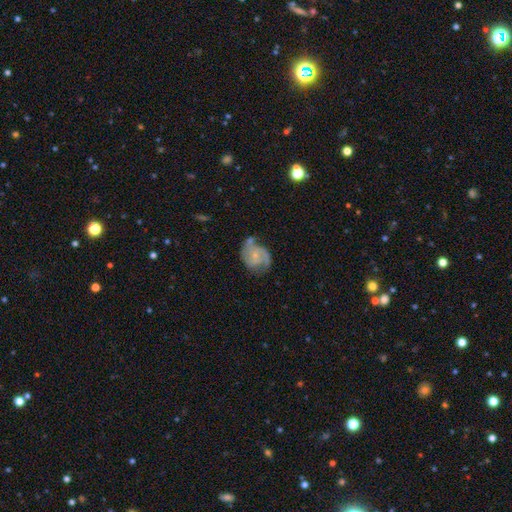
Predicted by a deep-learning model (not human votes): smooth-or-featured: featured or disk: 72% | smooth: 22% | star or artifact: 7%
  disk-edge-on: no: 98% | yes: 2%
    bar: no: 69% | weak: 27% | strong: 4%
    has-spiral-arms: yes: 89% | no: 11%
      spiral-winding: medium: 47% | tight: 29% | loose: 24%
      spiral-arm-count: 2: 68% | can't tell: 13% | 3: 9% | 1: 5% | 4: 2% | more than 4: 2%
    bulge-size: small: 67% | moderate: 26% | none: 5% | large: 1% | dominant: 1%
  merging: none: 46% | minor disturbance: 28% | major disturbance: 15% | merger: 11%